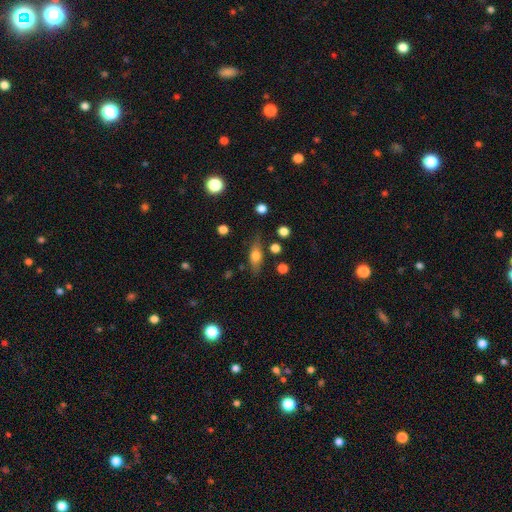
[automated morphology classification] Q: Smooth or featured?
A: smooth (58%); runner-up: featured or disk (34%)
Q: How rounded?
A: in between (62%); runner-up: cigar-shaped (30%)
Q: Merging?
A: none (74%); runner-up: minor disturbance (17%)